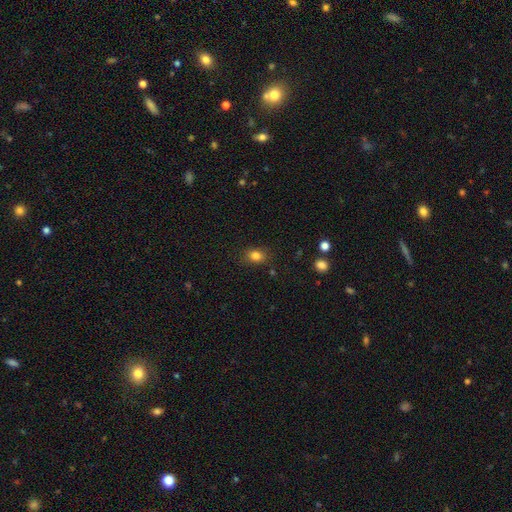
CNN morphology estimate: Overall: smooth (82%). How rounded: in between (55%; round 44%). Merging: none (83%).